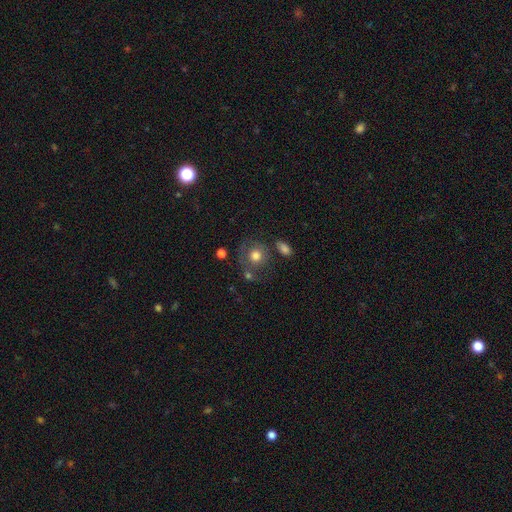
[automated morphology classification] Overall: smooth (70%). How rounded: round (83%). Merging: none (56%; minor disturbance 19%).